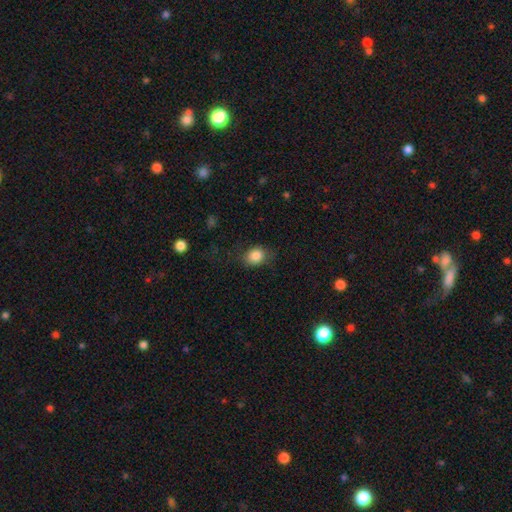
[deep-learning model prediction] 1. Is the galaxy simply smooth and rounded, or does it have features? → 85% smooth, 9% star or artifact, 6% featured or disk.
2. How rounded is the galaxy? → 50% in between, 49% round, 1% cigar-shaped.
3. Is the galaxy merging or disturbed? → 73% none, 19% minor disturbance, 7% major disturbance, 1% merger.